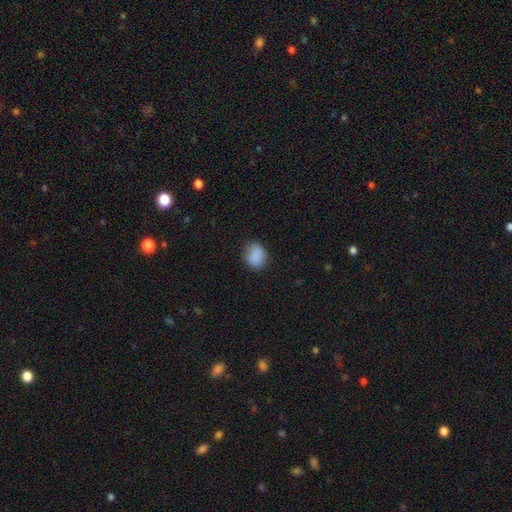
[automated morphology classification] type=smooth (87%); roundness=in between (57%); merging=none (82%).